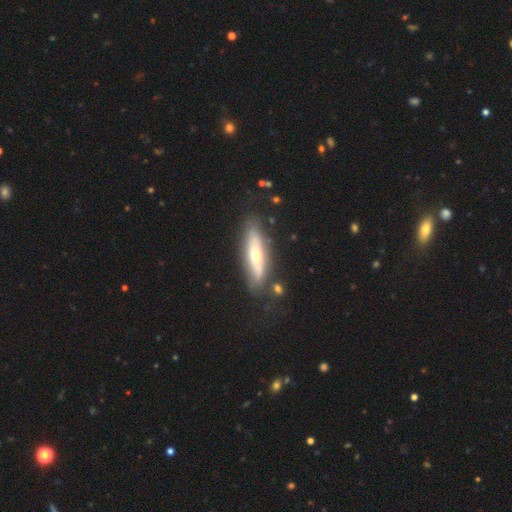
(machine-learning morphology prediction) A featured or disk galaxy (57%) viewed edge-on (60%). Merging: none (75%).